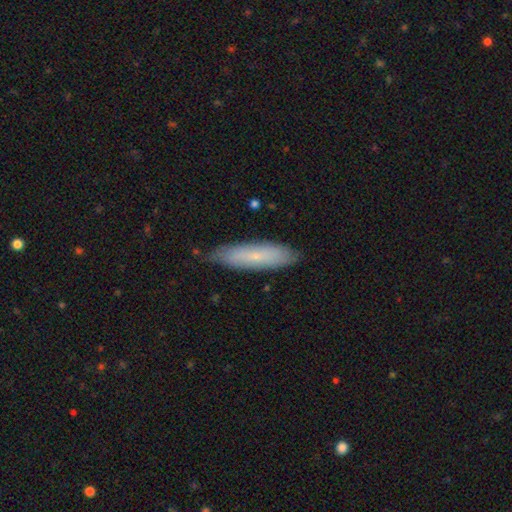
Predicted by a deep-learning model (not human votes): Smooth or featured? smooth (62%)
How rounded? cigar-shaped (70%)
Merging? none (82%)